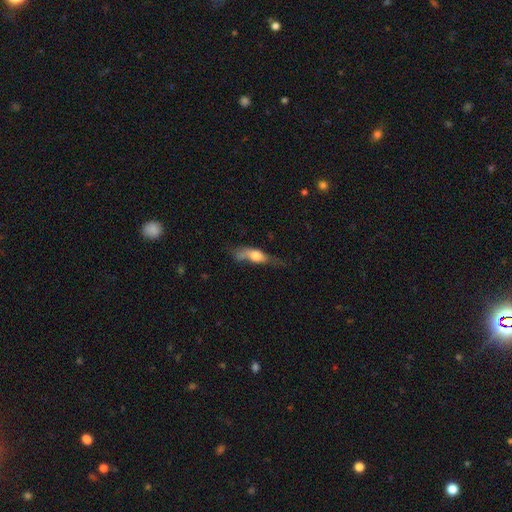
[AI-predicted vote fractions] This is possibly a smooth galaxy (58%). How rounded: possibly in between (51%). Merging: marginally none (35%).